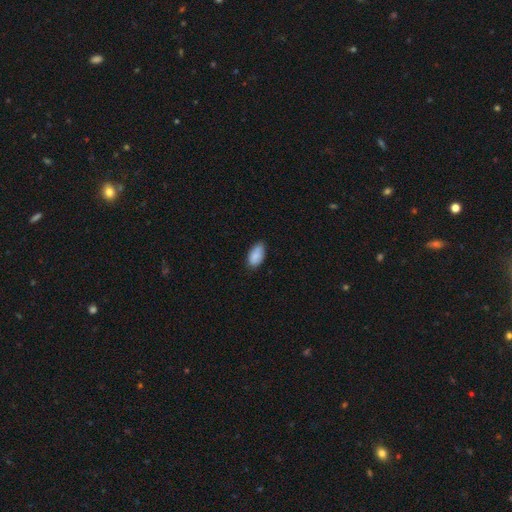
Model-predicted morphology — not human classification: Q: Smooth or featured?
A: smooth (88%); runner-up: star or artifact (6%)
Q: How rounded?
A: in between (94%); runner-up: cigar-shaped (3%)
Q: Merging?
A: none (75%); runner-up: minor disturbance (21%)